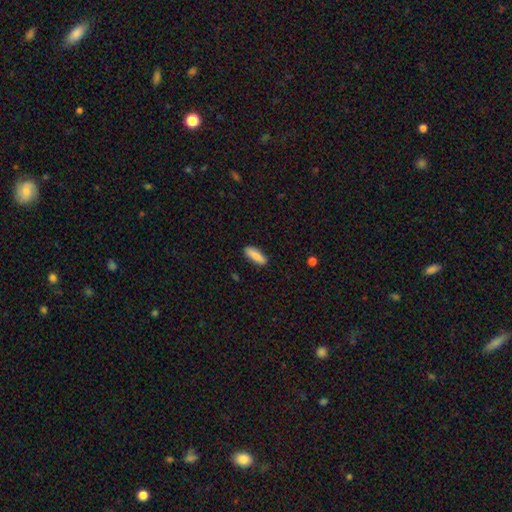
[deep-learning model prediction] Smooth or featured? smooth (86%)
How rounded? in between (52%)
Merging? none (88%)